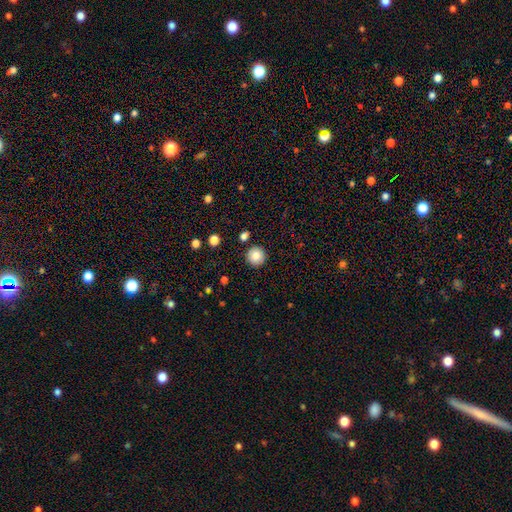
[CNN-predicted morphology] Smooth or featured: smooth — 83% (star or artifact — 9%)
How rounded: round — 96% (in between — 3%)
Merging: none — 91% (minor disturbance — 5%)